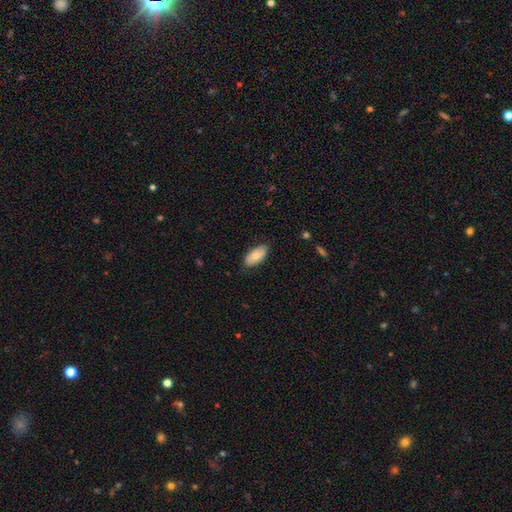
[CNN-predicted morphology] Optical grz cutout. It shows a smooth galaxy with no disk features (74%) that is in between round and cigar-shaped (93%). Merging: none (82%).